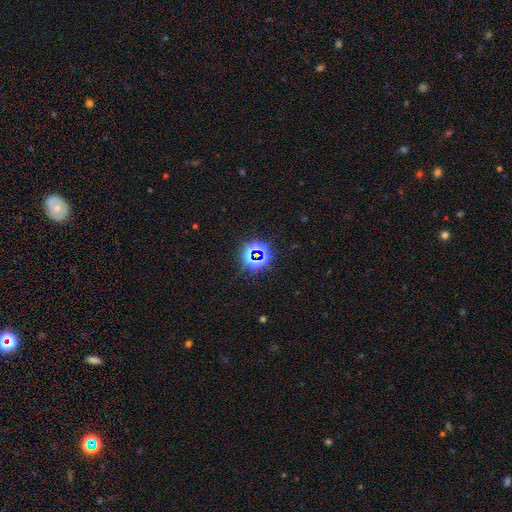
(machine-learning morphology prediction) The model was most divided on "smooth or featured": star or artifact: 73%, smooth: 18%, featured or disk: 9%.